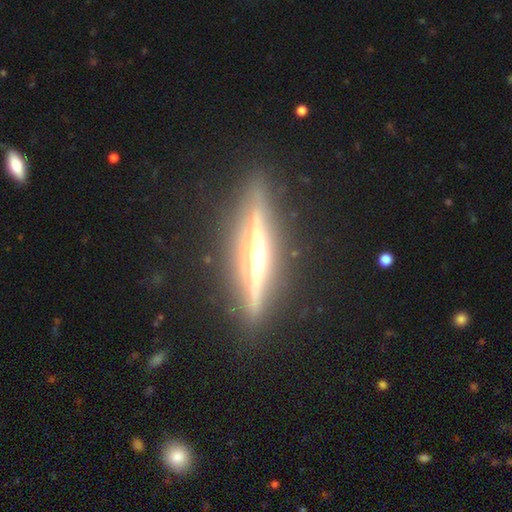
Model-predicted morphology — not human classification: A featured or disk galaxy (84%) viewed edge-on (97%) with a rounded central bulge (80%).

Vote fractions:
- Smooth or featured? featured or disk: 84% / smooth: 10% / star or artifact: 6%
- Edge-on disk? yes: 97% / no: 3%
- Edge-on bulge? rounded: 80% / none: 10% / boxy: 10%
- Merging? none: 89% / minor disturbance: 8% / major disturbance: 2% / merger: 1%